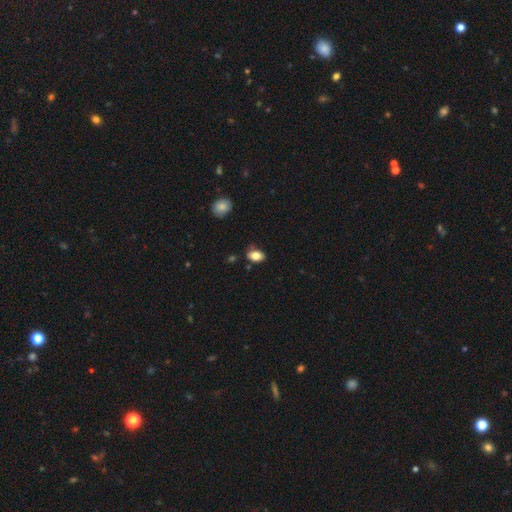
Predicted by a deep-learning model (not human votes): smooth-or-featured: smooth: 84% | star or artifact: 9% | featured or disk: 8%
  how-rounded: in between: 82% | round: 16% | cigar-shaped: 2%
  merging: none: 76% | minor disturbance: 18% | major disturbance: 3% | merger: 3%